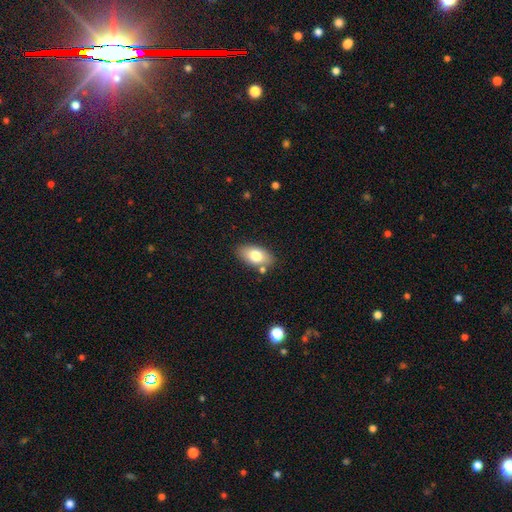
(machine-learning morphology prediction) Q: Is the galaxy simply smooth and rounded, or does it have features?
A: smooth — 76%.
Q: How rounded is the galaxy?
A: in between — 92%.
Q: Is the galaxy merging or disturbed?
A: none — 79%.